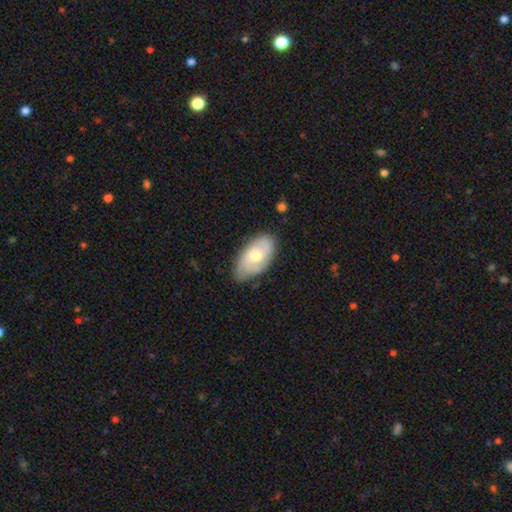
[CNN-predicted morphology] Overall: featured or disk (48%; smooth 46%). Merging: none (70%).